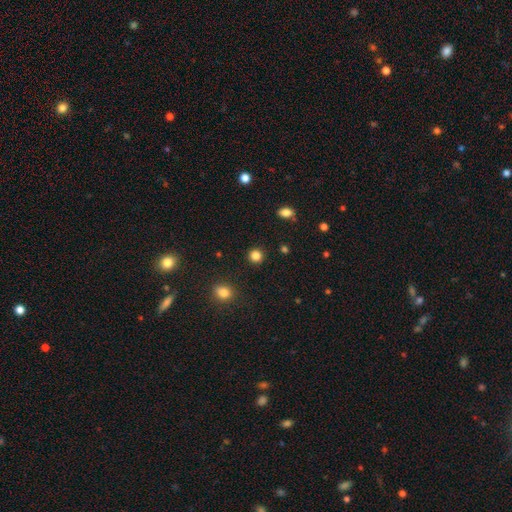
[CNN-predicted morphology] Smooth or featured?
  - smooth: 84% *
  - star or artifact: 12%
  - featured or disk: 4%
How rounded?
  - round: 92% *
  - in between: 7%
  - cigar-shaped: 1%
Merging?
  - none: 91% *
  - minor disturbance: 5%
  - major disturbance: 2%
  - merger: 2%